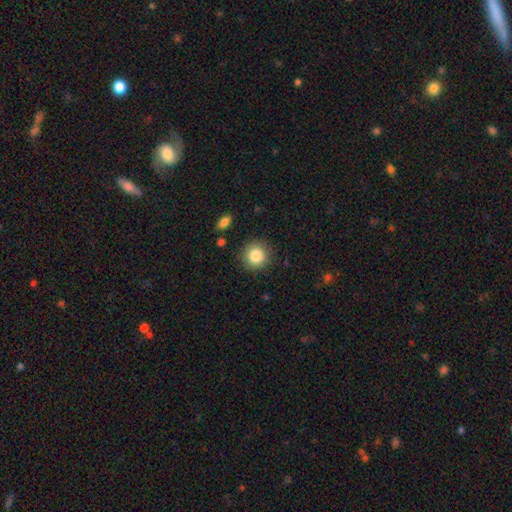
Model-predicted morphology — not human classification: Overall: smooth (85%). How rounded: round (93%). Merging: none (89%).